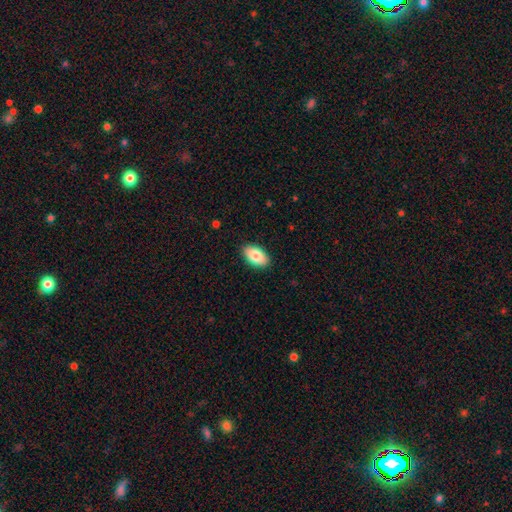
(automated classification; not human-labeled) This appears to be a smooth galaxy with no disk features (84%) that is in between round and cigar-shaped (94%). Merging: none (89%).